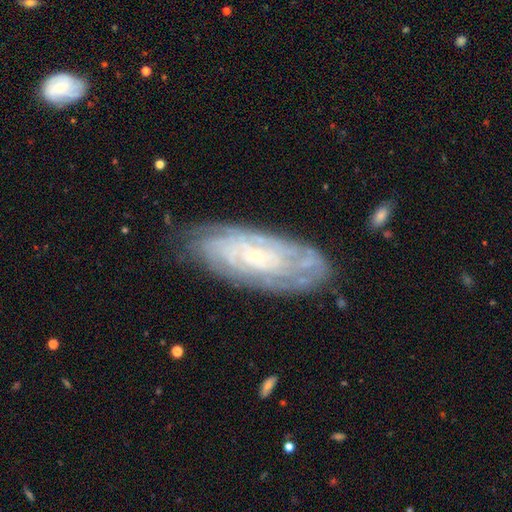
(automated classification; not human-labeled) This appears to be a featured or disk galaxy (79%) with no bar (73%), tight (79%) spiral arms (92%) and a small central bulge (82%). Merging: none (77%).